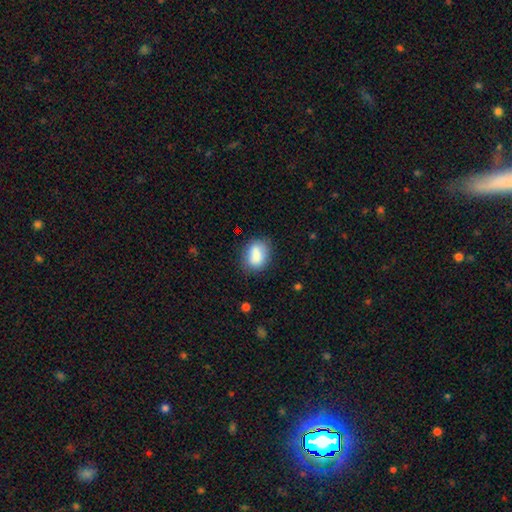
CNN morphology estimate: The model was most divided on "how rounded": in between: 73%, round: 25%, cigar-shaped: 2%. More confident: smooth or featured — smooth (85%); merging — none (74%).